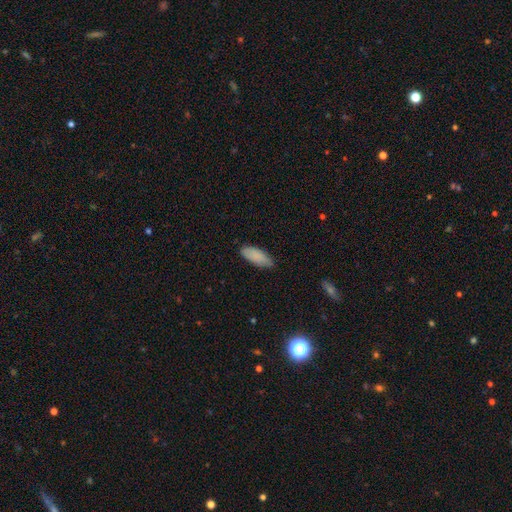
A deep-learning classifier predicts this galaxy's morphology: smooth-or-featured: smooth: 87% | featured or disk: 7% | star or artifact: 6%
  how-rounded: in between: 79% | cigar-shaped: 20% | round: 2%
  merging: none: 76% | minor disturbance: 20% | major disturbance: 3% | merger: 1%